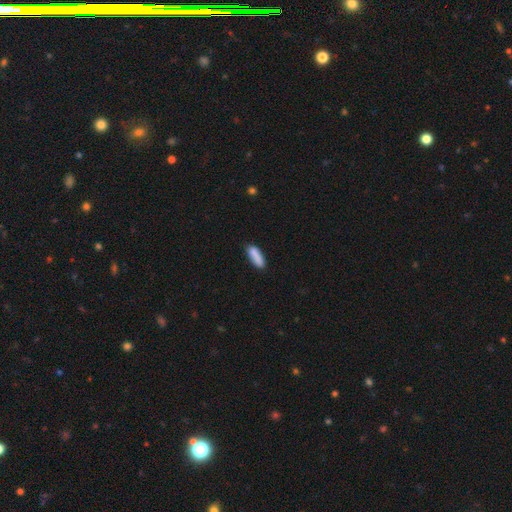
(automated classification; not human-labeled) smooth-or-featured: smooth: 87% | star or artifact: 7% | featured or disk: 7%
  how-rounded: cigar-shaped: 51% | in between: 47% | round: 2%
  merging: none: 77% | minor disturbance: 17% | merger: 4% | major disturbance: 3%